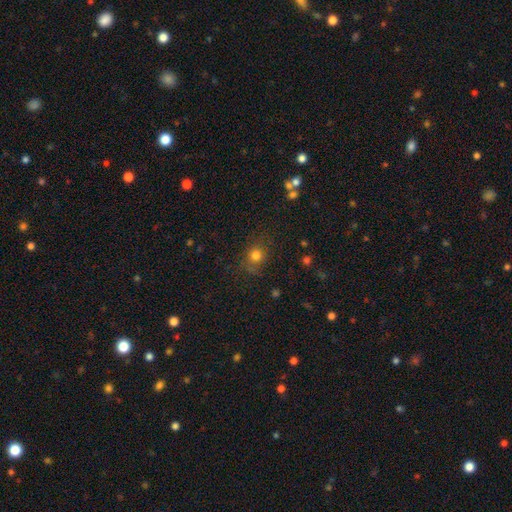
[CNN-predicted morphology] smooth_or_featured: smooth (p=0.77) [alt: star or artifact p=0.15]
how_rounded: round (p=0.76) [alt: in between p=0.23]
merging: none (p=0.76) [alt: minor disturbance p=0.16]